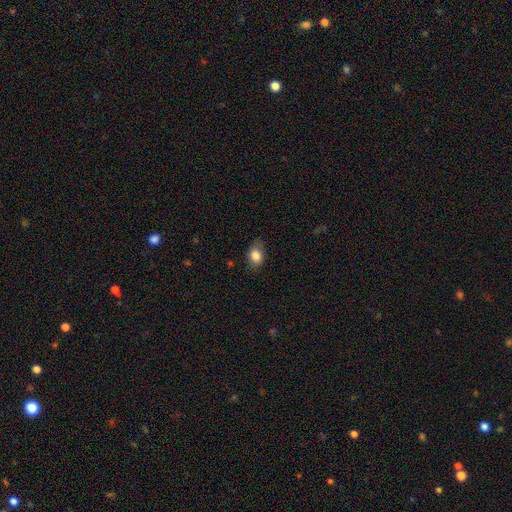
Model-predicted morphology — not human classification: type=smooth (82%); roundness=in between (75%); merging=none (76%).